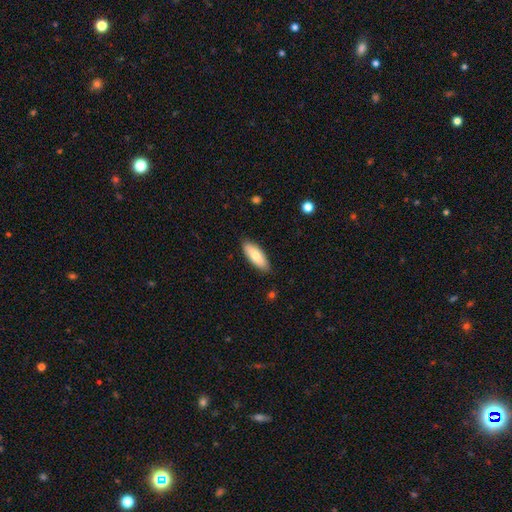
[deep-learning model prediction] Morphology: type=smooth (77%); roundness=in between (74%); merging=none (87%).